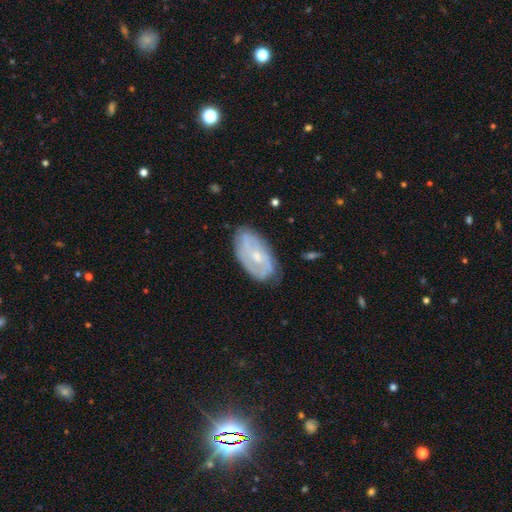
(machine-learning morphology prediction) Q: Smooth or featured?
A: featured or disk (67%); runner-up: smooth (27%)
Q: Edge-on disk?
A: no (94%); runner-up: yes (6%)
Q: Bar?
A: no (54%); runner-up: weak (37%)
Q: Spiral arms?
A: yes (76%); runner-up: no (24%)
Q: Bulge size?
A: small (53%); runner-up: moderate (40%)
Q: Merging?
A: none (70%); runner-up: minor disturbance (22%)